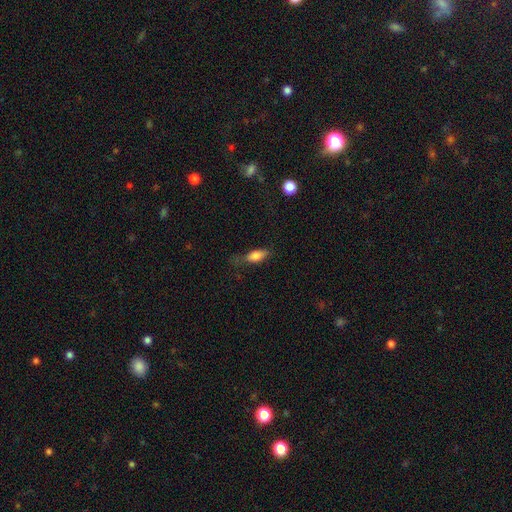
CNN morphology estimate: smooth-or-featured: smooth: 78% | featured or disk: 14% | star or artifact: 8%
  how-rounded: in between: 76% | cigar-shaped: 21% | round: 4%
  merging: none: 54% | minor disturbance: 30% | major disturbance: 14% | merger: 2%